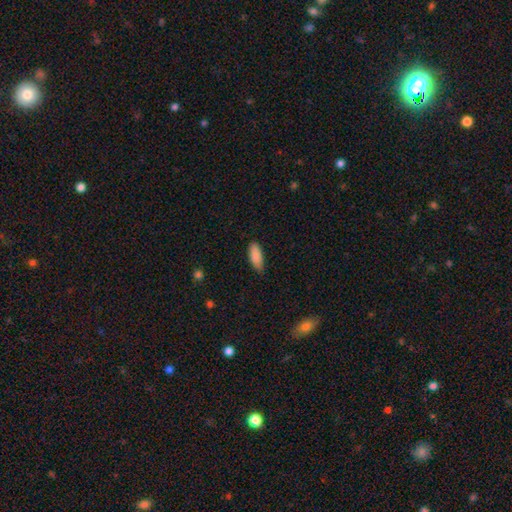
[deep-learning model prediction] Morphology: type=smooth (89%); roundness=in between (77%); merging=none (77%).